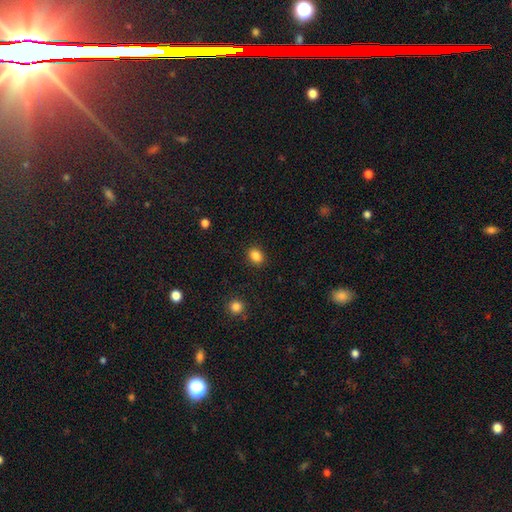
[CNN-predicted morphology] smooth-or-featured: smooth: 86% | star or artifact: 10% | featured or disk: 4%
  how-rounded: in between: 57% | round: 42% | cigar-shaped: 1%
  merging: none: 89% | minor disturbance: 8% | major disturbance: 2% | merger: 1%